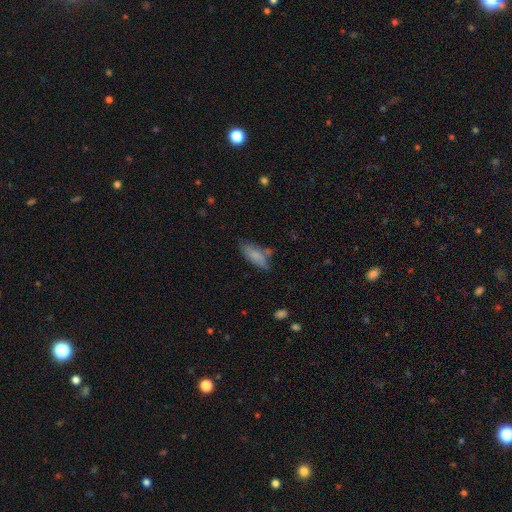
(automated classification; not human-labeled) This is likely a smooth galaxy (75%). How rounded: likely in between (75%). Merging: possibly none (56%).